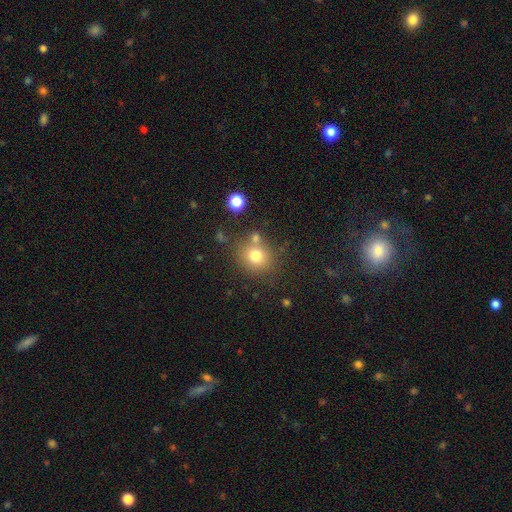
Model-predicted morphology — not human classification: smooth_or_featured: smooth (p=0.75) [alt: star or artifact p=0.15]
how_rounded: round (p=0.82) [alt: in between p=0.17]
merging: none (p=0.71) [alt: merger p=0.14]